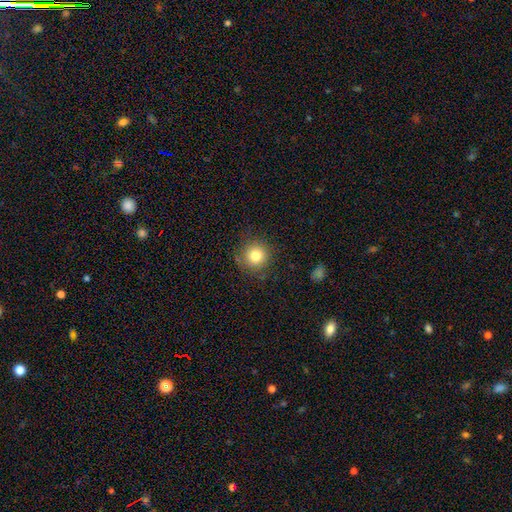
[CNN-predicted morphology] A smooth galaxy with no disk features (80%) that is round (94%).

Vote fractions:
- Smooth or featured? smooth: 80% / star or artifact: 12% / featured or disk: 8%
- How rounded? round: 94% / in between: 5% / cigar-shaped: 1%
- Merging? none: 86% / minor disturbance: 10% / major disturbance: 3% / merger: 1%